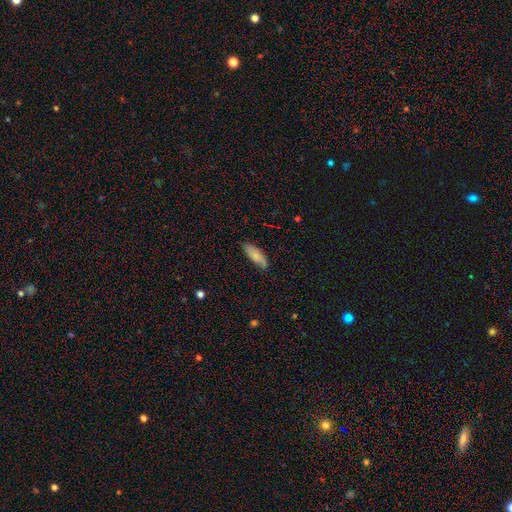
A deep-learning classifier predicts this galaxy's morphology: The model was most divided on "how rounded": in between: 66%, cigar-shaped: 32%, round: 2%. More confident: smooth or featured — smooth (76%); merging — none (74%).